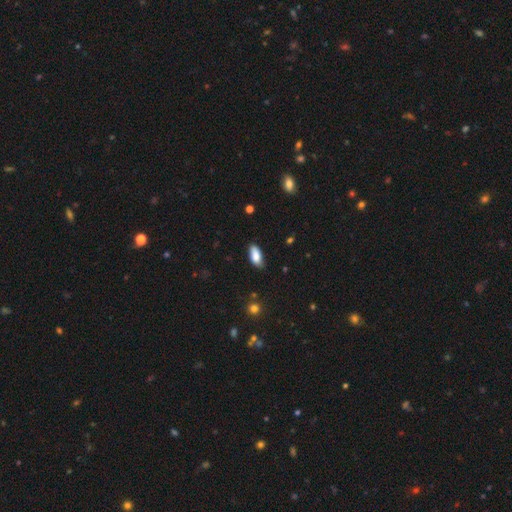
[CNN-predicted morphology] This is clearly a smooth galaxy (85%). How rounded: clearly in between (88%). Merging: likely none (77%).